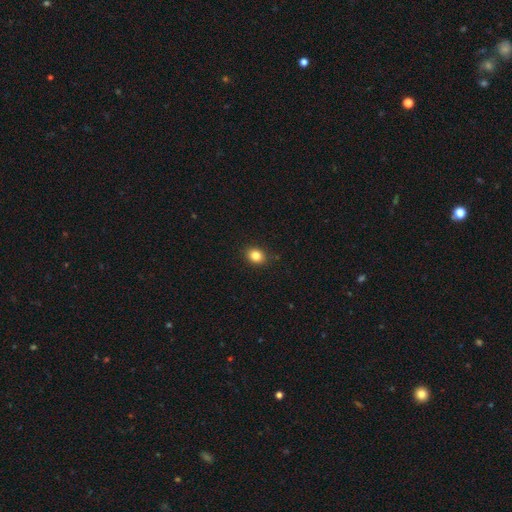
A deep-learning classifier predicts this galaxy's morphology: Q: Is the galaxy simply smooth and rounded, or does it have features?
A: smooth — 83%.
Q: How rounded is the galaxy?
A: round — 54%.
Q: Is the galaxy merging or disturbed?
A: none — 89%.